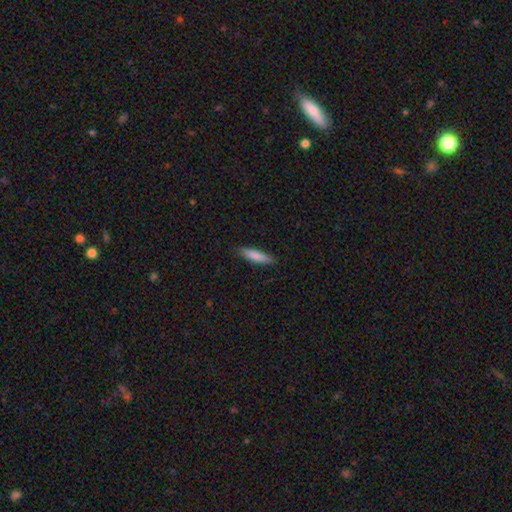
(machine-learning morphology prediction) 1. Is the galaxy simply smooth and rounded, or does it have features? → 83% smooth, 11% featured or disk, 6% star or artifact.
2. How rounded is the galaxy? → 75% cigar-shaped, 24% in between, 1% round.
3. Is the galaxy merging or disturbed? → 87% none, 10% minor disturbance, 2% major disturbance, 1% merger.